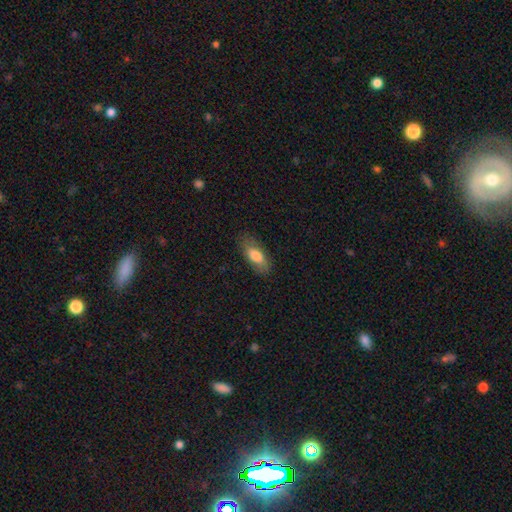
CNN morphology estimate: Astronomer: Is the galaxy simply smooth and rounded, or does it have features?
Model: smooth — 77%.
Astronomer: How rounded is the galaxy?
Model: in between — 79%.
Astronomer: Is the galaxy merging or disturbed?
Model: none — 78%.